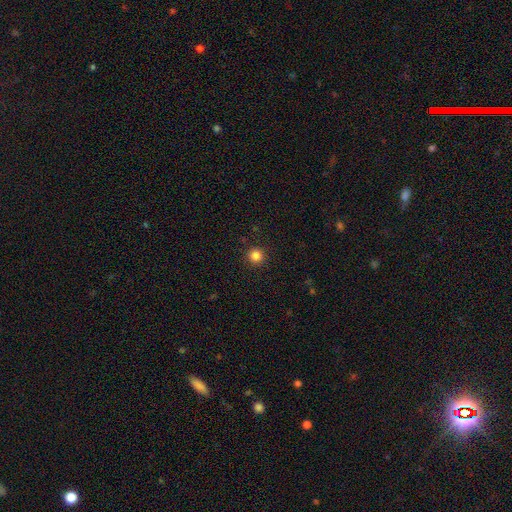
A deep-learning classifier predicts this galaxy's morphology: A smooth galaxy with no disk features (84%) that is round (95%). Merging: none (92%).